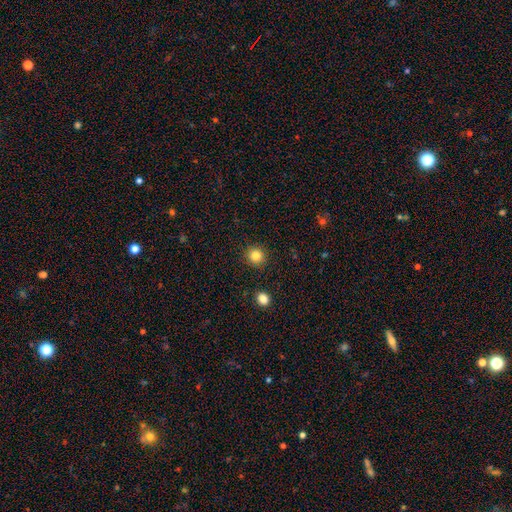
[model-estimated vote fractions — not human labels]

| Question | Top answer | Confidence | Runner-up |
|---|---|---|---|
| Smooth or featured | smooth | 84% | star or artifact (11%) |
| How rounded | round | 90% | in between (9%) |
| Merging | none | 91% | minor disturbance (6%) |